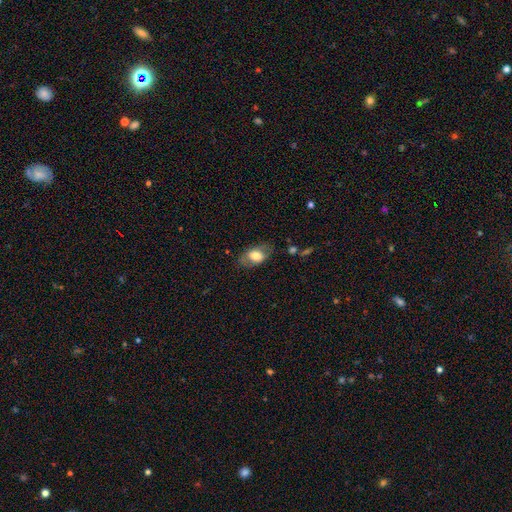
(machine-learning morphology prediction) Smooth or featured: smooth — 64% (featured or disk — 29%)
How rounded: in between — 88% (round — 9%)
Merging: none — 72% (minor disturbance — 18%)